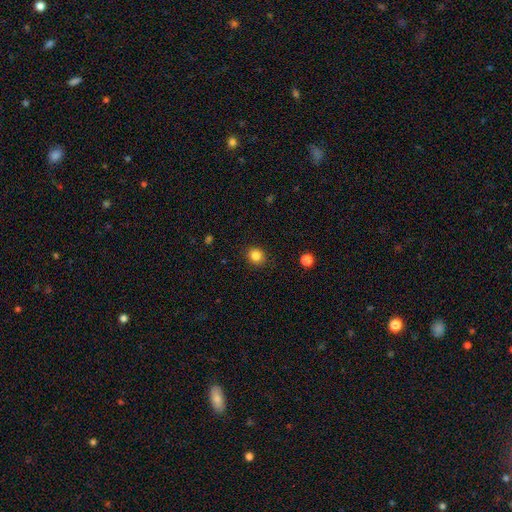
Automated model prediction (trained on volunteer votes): Q: Smooth or featured?
A: smooth (84%); runner-up: star or artifact (11%)
Q: How rounded?
A: round (82%); runner-up: in between (17%)
Q: Merging?
A: none (90%); runner-up: minor disturbance (7%)